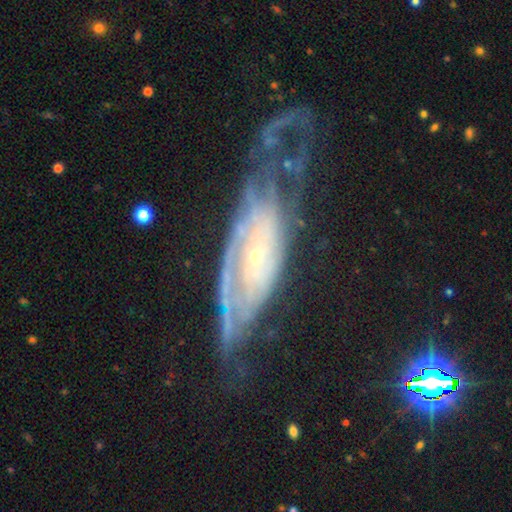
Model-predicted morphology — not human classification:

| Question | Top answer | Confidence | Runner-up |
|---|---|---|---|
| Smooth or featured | featured or disk | 83% | smooth (9%) |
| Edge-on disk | no | 87% | yes (13%) |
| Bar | no | 67% | weak (24%) |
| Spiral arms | yes | 88% | no (12%) |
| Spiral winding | tight | 59% | medium (30%) |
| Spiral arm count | can't tell | 48% | 2 (27%) |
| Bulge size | small | 77% | moderate (18%) |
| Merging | none | 46% | major disturbance (27%) |